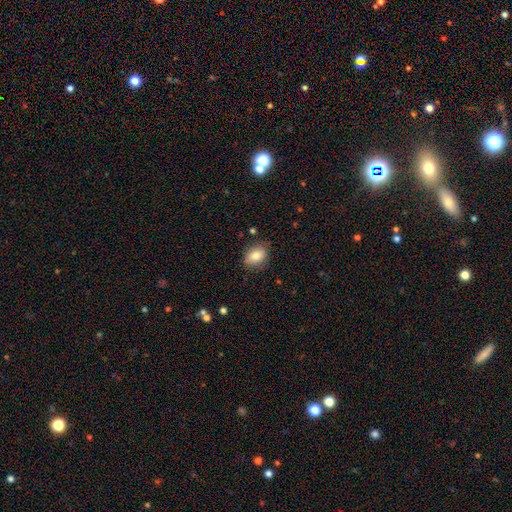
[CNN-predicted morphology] type=smooth (81%); roundness=in between (74%); merging=none (81%).